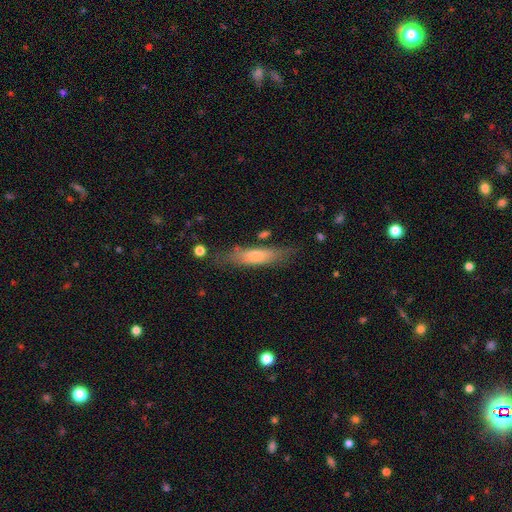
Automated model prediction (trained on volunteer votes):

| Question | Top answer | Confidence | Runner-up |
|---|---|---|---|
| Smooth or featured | smooth | 69% | featured or disk (24%) |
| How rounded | cigar-shaped | 68% | in between (30%) |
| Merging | none | 69% | minor disturbance (20%) |